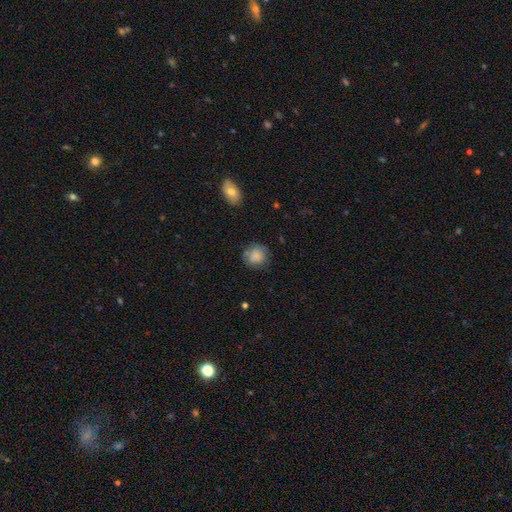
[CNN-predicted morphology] type=smooth (79%); roundness=round (85%); merging=none (72%).